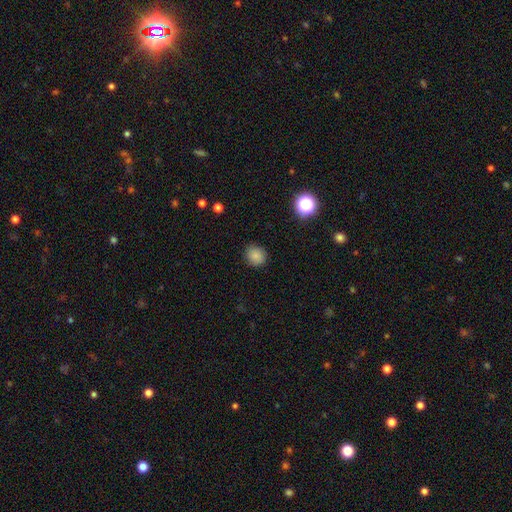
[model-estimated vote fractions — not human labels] Smooth or featured?
  - smooth: 84% *
  - star or artifact: 11%
  - featured or disk: 4%
How rounded?
  - round: 81% *
  - in between: 18%
  - cigar-shaped: 1%
Merging?
  - none: 87% *
  - minor disturbance: 9%
  - major disturbance: 2%
  - merger: 1%